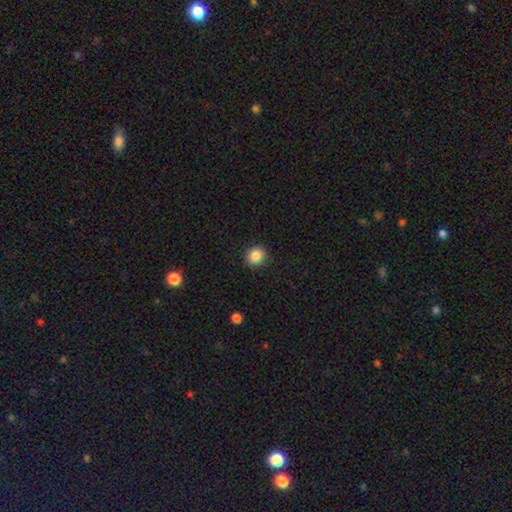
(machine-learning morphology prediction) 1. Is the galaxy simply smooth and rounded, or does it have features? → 86% smooth, 9% star or artifact, 4% featured or disk.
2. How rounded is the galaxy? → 83% round, 16% in between, 1% cigar-shaped.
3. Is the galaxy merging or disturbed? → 90% none, 7% minor disturbance, 2% major disturbance, 1% merger.